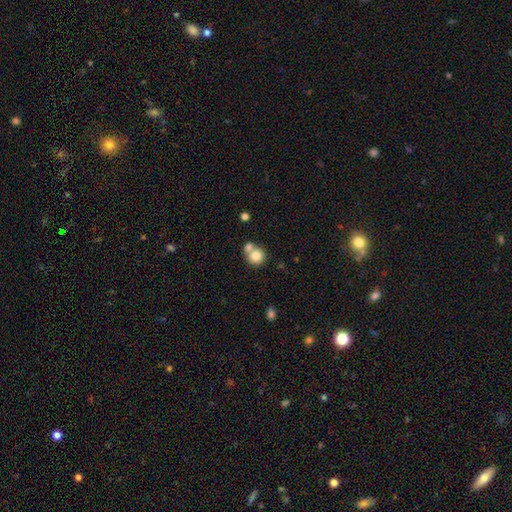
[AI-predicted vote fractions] Smooth or featured? Predicted: smooth (p=0.78). How rounded? Predicted: round (p=0.87). Merging? Predicted: merger (p=0.46).